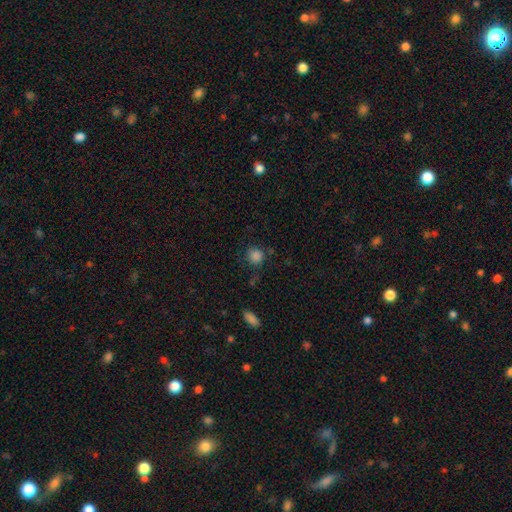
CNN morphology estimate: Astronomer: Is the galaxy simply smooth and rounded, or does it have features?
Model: smooth — 84%.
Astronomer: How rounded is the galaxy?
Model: round — 89%.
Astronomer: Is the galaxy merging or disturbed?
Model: none — 70%.